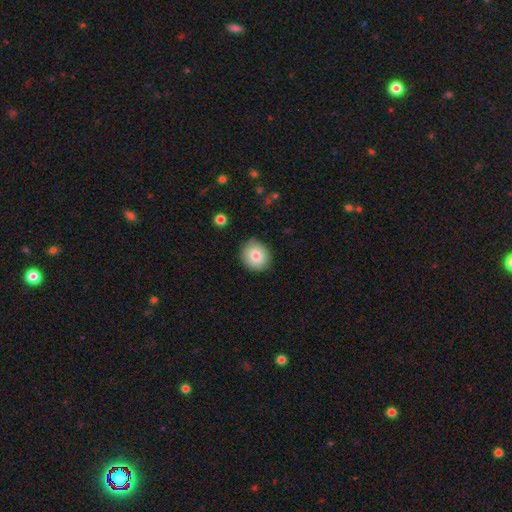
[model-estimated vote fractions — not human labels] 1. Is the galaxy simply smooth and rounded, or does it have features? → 81% smooth, 10% featured or disk, 9% star or artifact.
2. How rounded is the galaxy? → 83% round, 16% in between, 1% cigar-shaped.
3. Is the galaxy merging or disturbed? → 86% none, 11% minor disturbance, 2% major disturbance, 1% merger.